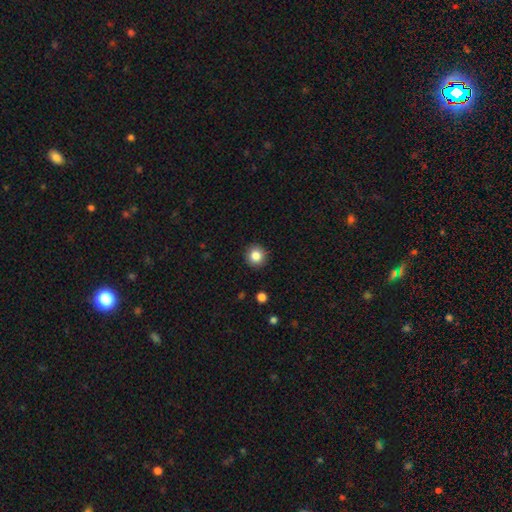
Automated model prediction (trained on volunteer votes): Smooth or featured: smooth — 85% (star or artifact — 10%)
How rounded: round — 93% (in between — 6%)
Merging: none — 91% (minor disturbance — 6%)